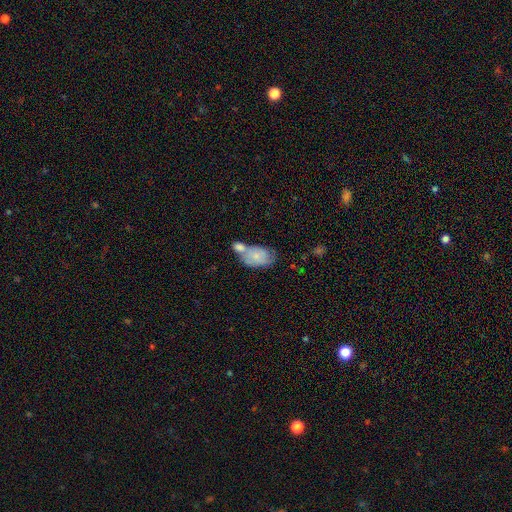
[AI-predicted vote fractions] This is likely a smooth galaxy (65%). How rounded: clearly in between (88%). Merging: possibly merger (51%).